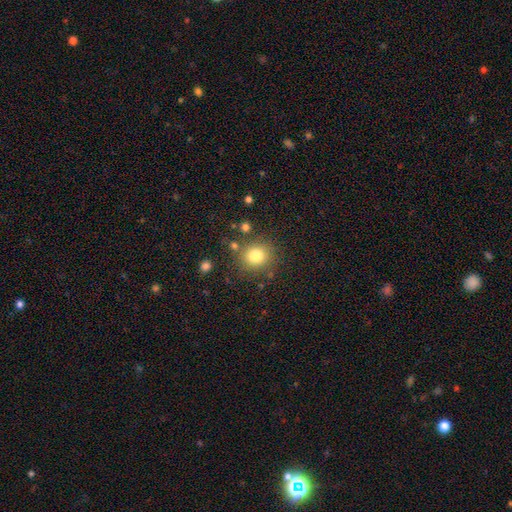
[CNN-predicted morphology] A smooth galaxy with no disk features (79%) that is round (87%). Merging: none (80%).